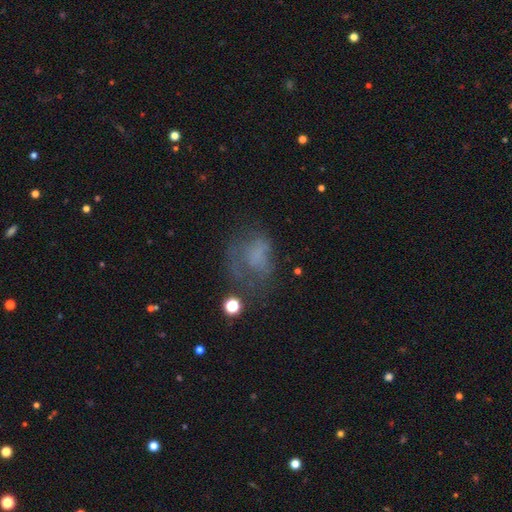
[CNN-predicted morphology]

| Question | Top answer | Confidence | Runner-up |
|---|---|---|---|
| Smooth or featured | smooth | 44% | featured or disk (37%) |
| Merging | major disturbance | 41% | none (33%) |